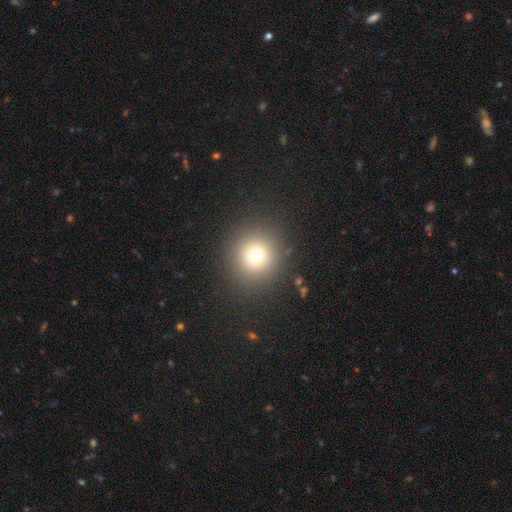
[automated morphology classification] smooth-or-featured: smooth: 71% | star or artifact: 18% | featured or disk: 11%
  how-rounded: round: 93% | in between: 6% | cigar-shaped: 1%
  merging: none: 88% | minor disturbance: 6% | major disturbance: 4% | merger: 1%